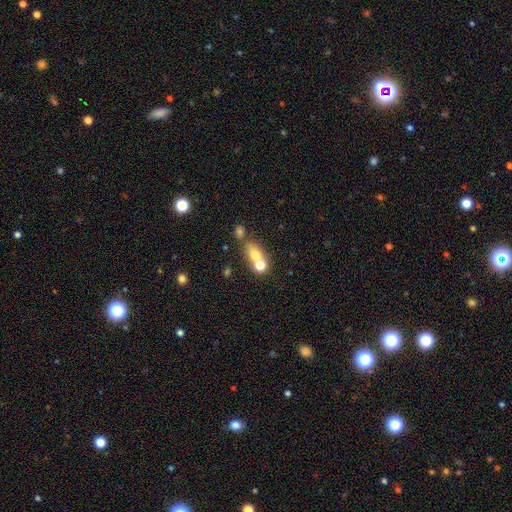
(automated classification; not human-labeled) smooth-or-featured: smooth: 68% | featured or disk: 19% | star or artifact: 13%
  how-rounded: in between: 55% | round: 37% | cigar-shaped: 8%
  merging: merger: 49% | none: 36% | minor disturbance: 10% | major disturbance: 6%